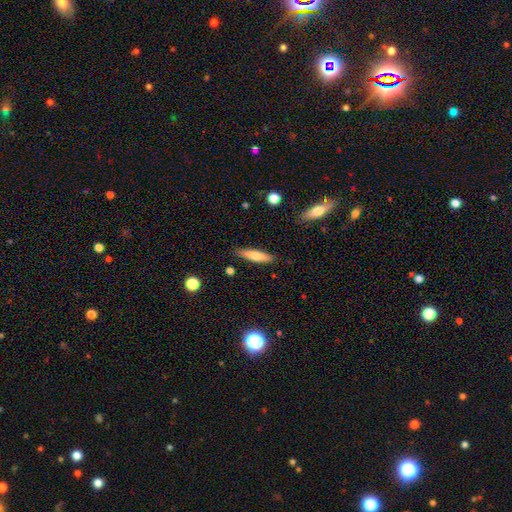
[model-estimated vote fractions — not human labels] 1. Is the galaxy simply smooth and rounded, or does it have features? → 72% smooth, 22% featured or disk, 6% star or artifact.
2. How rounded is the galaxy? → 75% cigar-shaped, 23% in between, 2% round.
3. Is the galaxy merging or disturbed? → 85% none, 11% minor disturbance, 2% major disturbance, 2% merger.